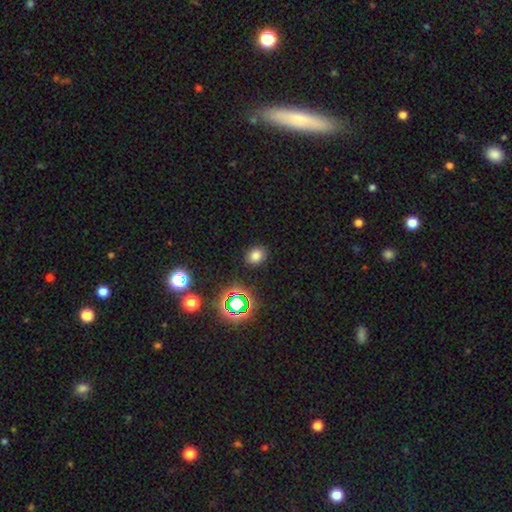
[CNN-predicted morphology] smooth 76%, star or artifact 18%, featured or disk 6%. Down the decision tree: how rounded — in between (51%); merging — none (87%).